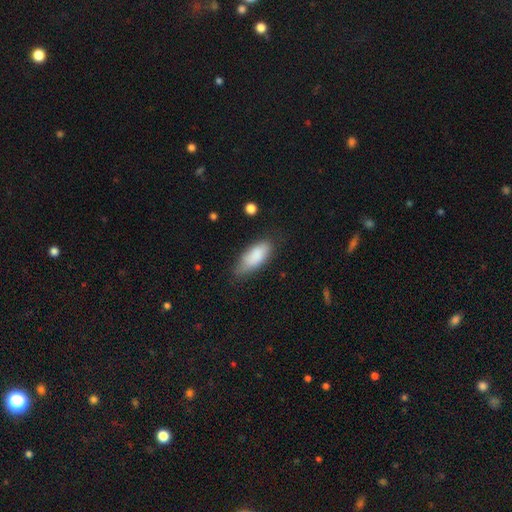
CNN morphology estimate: Smooth or featured: smooth — 84% (featured or disk — 9%)
How rounded: in between — 80% (cigar-shaped — 18%)
Merging: none — 65% (minor disturbance — 26%)